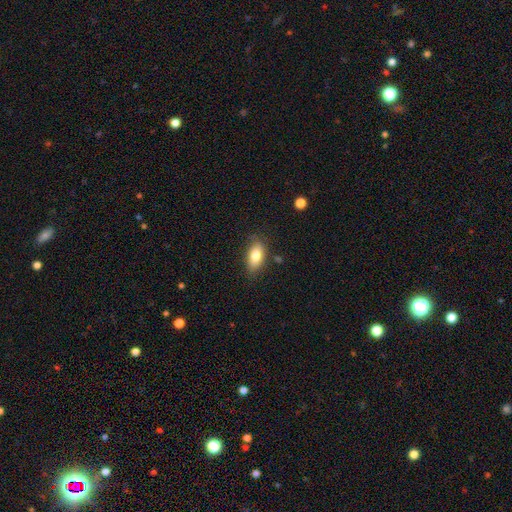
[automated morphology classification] A smooth galaxy with no disk features (79%) that is in between round and cigar-shaped (87%).

Vote fractions:
- Smooth or featured? smooth: 79% / featured or disk: 14% / star or artifact: 8%
- How rounded? in between: 87% / cigar-shaped: 7% / round: 5%
- Merging? none: 80% / minor disturbance: 15% / major disturbance: 3% / merger: 2%